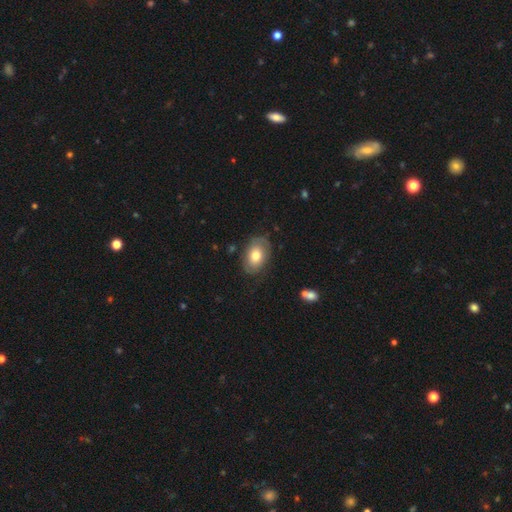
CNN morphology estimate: type=smooth (70%); roundness=in between (86%); merging=none (77%).